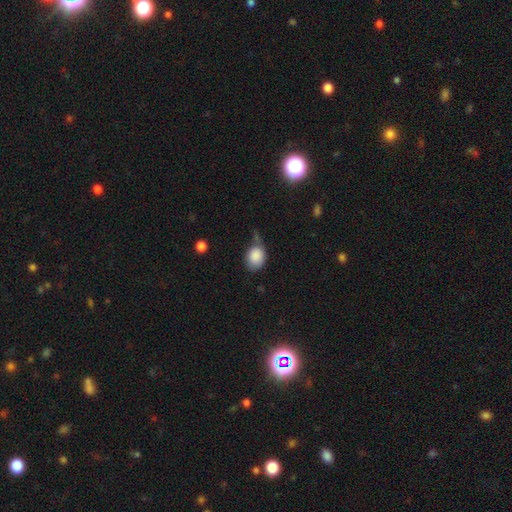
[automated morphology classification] A smooth galaxy with no disk features (86%) that is in between round and cigar-shaped (50%). Merging: none (38%).